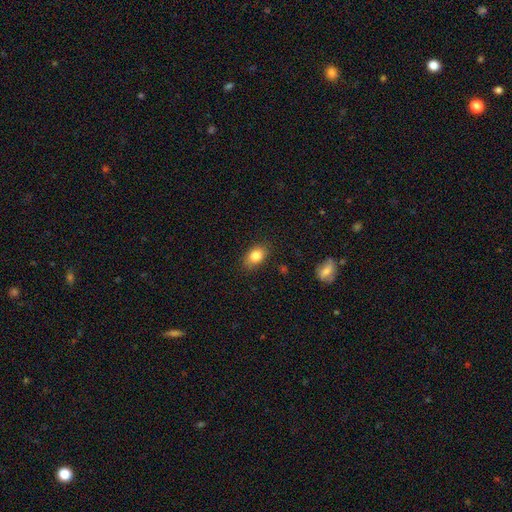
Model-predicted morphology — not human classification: Smooth or featured? Predicted: smooth (p=0.84). How rounded? Predicted: in between (p=0.82). Merging? Predicted: none (p=0.84).